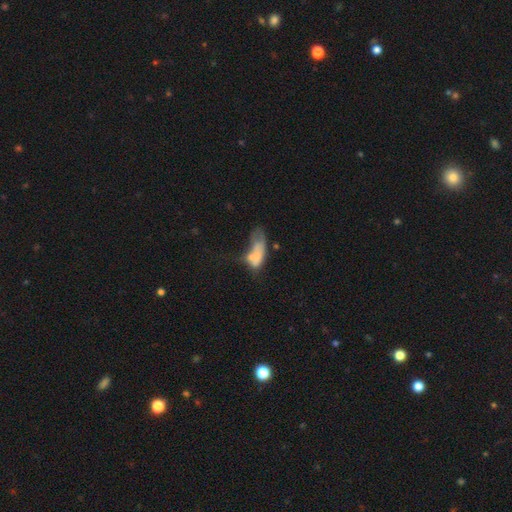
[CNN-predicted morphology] A smooth galaxy with no disk features (63%) that is in between round and cigar-shaped (81%).

Vote fractions:
- Smooth or featured? smooth: 63% / featured or disk: 26% / star or artifact: 11%
- How rounded? in between: 81% / cigar-shaped: 15% / round: 5%
- Merging? major disturbance: 42% / merger: 24% / minor disturbance: 18% / none: 15%